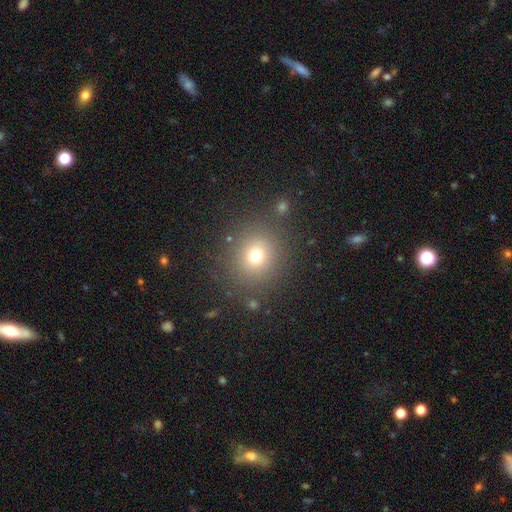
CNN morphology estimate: Smooth or featured?
  - smooth: 71% *
  - star or artifact: 18%
  - featured or disk: 11%
How rounded?
  - round: 84% *
  - in between: 15%
  - cigar-shaped: 1%
Merging?
  - none: 83% *
  - minor disturbance: 9%
  - major disturbance: 4%
  - merger: 3%